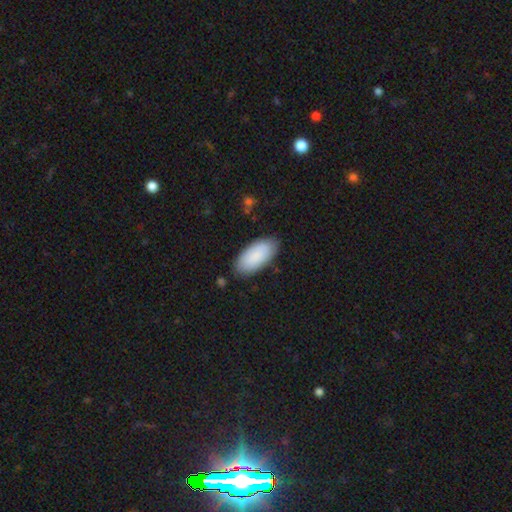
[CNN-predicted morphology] A smooth galaxy with no disk features (88%) that is in between round and cigar-shaped (93%). Merging: none (83%).